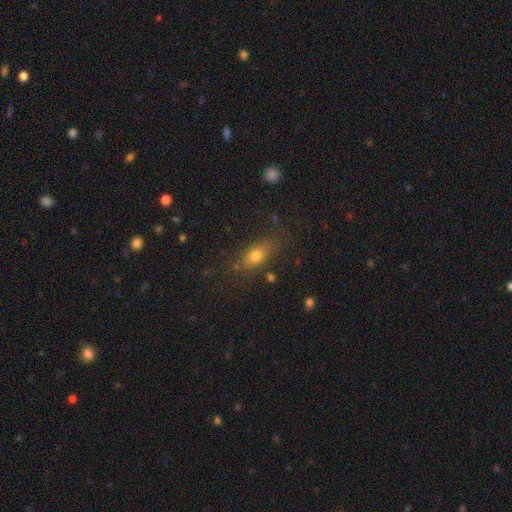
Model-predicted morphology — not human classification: This is likely a smooth galaxy (73%). How rounded: likely in between (69%). Merging: likely none (70%).